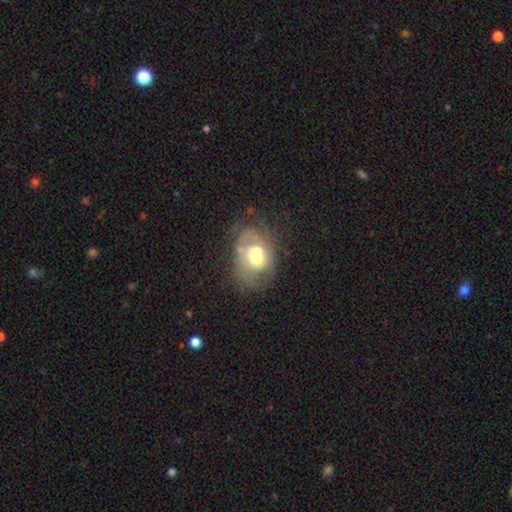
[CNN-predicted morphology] smooth-or-featured: featured or disk: 47% | smooth: 43% | star or artifact: 10%
  merging: none: 35% | minor disturbance: 23% | major disturbance: 23% | merger: 19%